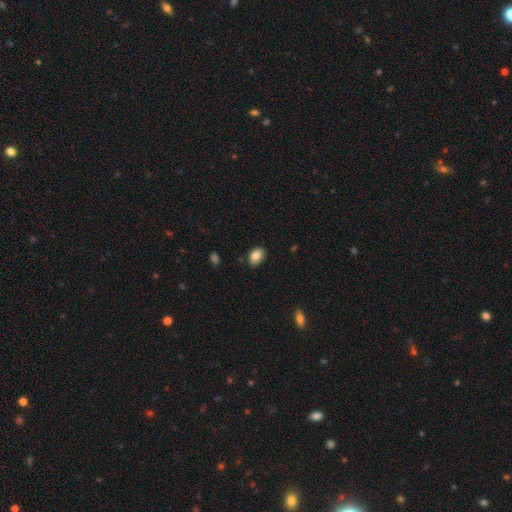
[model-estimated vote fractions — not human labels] This appears to be a smooth galaxy with no disk features (85%) that is in between round and cigar-shaped (77%). Merging: none (85%).